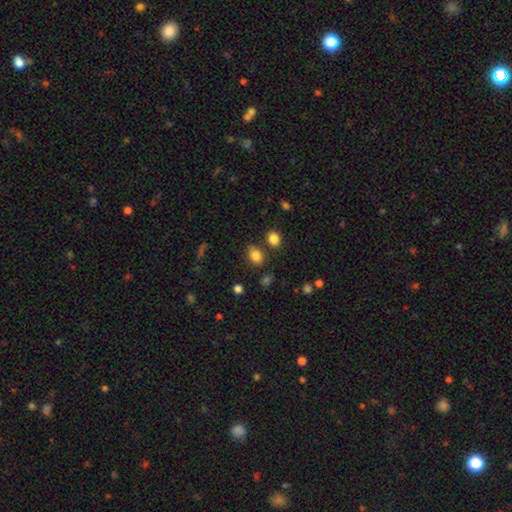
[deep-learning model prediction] This appears to be a smooth galaxy with no disk features (83%) that is in between round and cigar-shaped (68%). Merging: none (73%).